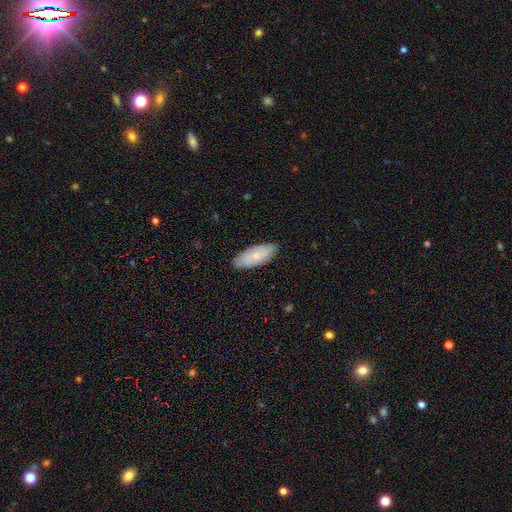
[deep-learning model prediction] smooth_or_featured: smooth (p=0.62) [alt: featured or disk p=0.32]
how_rounded: in between (p=0.84) [alt: cigar-shaped p=0.14]
merging: none (p=0.84) [alt: minor disturbance p=0.13]